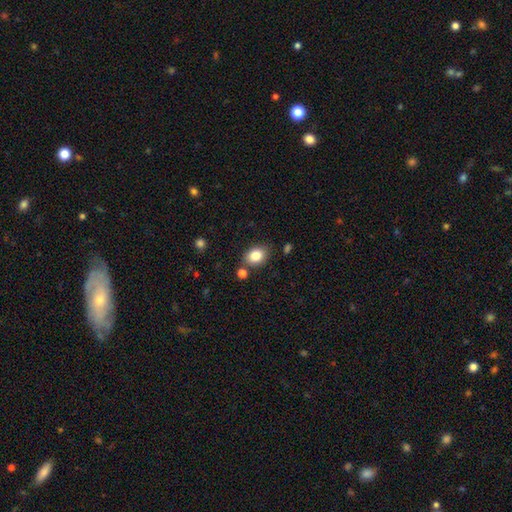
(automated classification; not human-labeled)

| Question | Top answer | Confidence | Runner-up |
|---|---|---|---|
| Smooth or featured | smooth | 84% | star or artifact (9%) |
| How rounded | in between | 64% | round (35%) |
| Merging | none | 78% | minor disturbance (12%) |